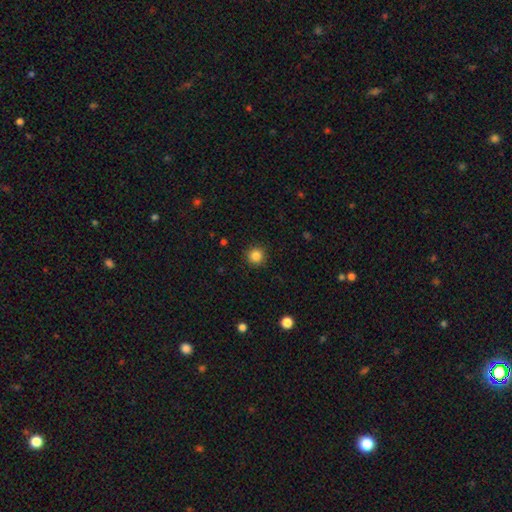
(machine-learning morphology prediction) type=smooth (85%); roundness=round (95%); merging=none (91%).